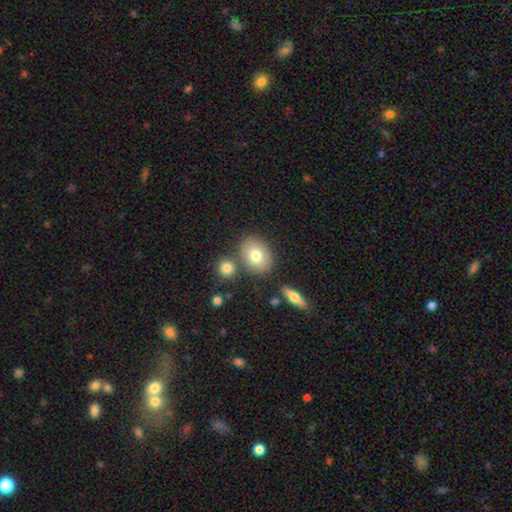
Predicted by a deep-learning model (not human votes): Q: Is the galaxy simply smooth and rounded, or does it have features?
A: smooth — 76%.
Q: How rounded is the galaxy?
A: in between — 63%.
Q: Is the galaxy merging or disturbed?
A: none — 73%.